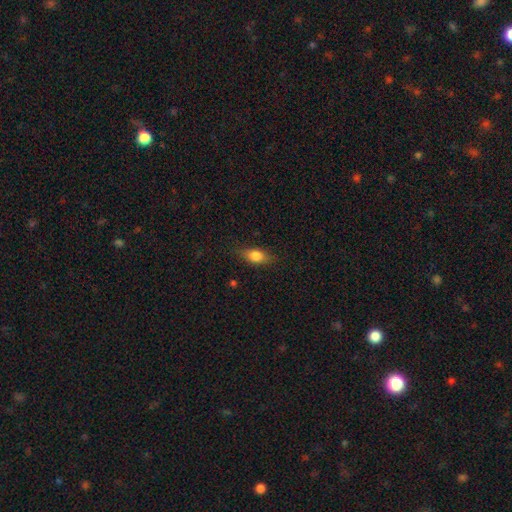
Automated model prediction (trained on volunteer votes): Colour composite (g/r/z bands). It shows a smooth galaxy with no disk features (78%) that is in between round and cigar-shaped (79%). Merging: none (80%).